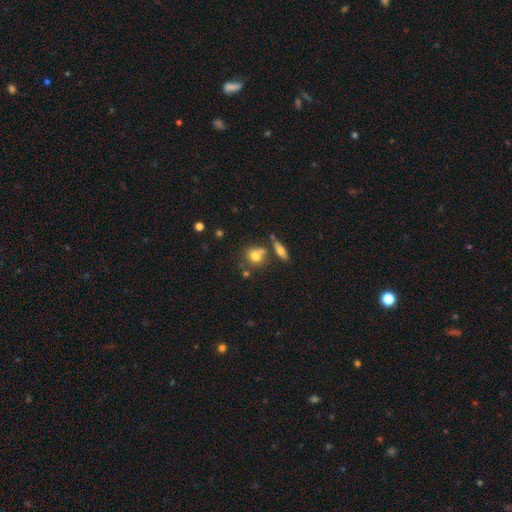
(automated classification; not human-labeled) The model was most divided on "merging": none: 57%, merger: 26%, minor disturbance: 13%, major disturbance: 5%. More confident: smooth or featured — smooth (74%); how rounded — round (70%).